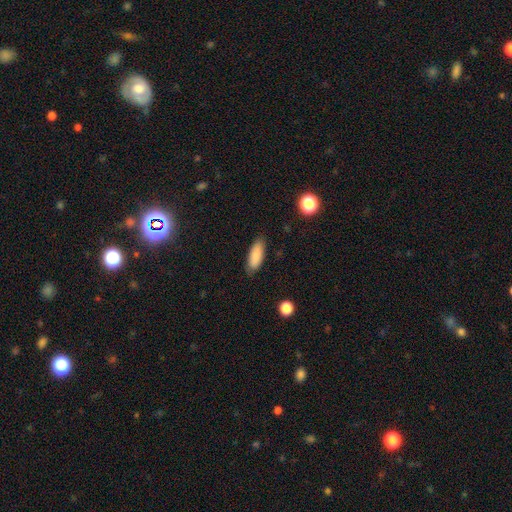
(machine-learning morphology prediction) smooth 87%, star or artifact 7%, featured or disk 6%. Down the decision tree: how rounded — in between (70%); merging — none (84%).